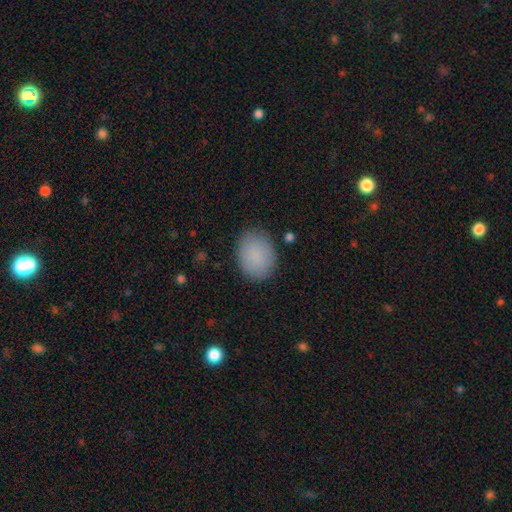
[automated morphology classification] Q: Smooth or featured?
A: smooth (88%); runner-up: star or artifact (7%)
Q: How rounded?
A: in between (68%); runner-up: round (31%)
Q: Merging?
A: none (86%); runner-up: minor disturbance (10%)